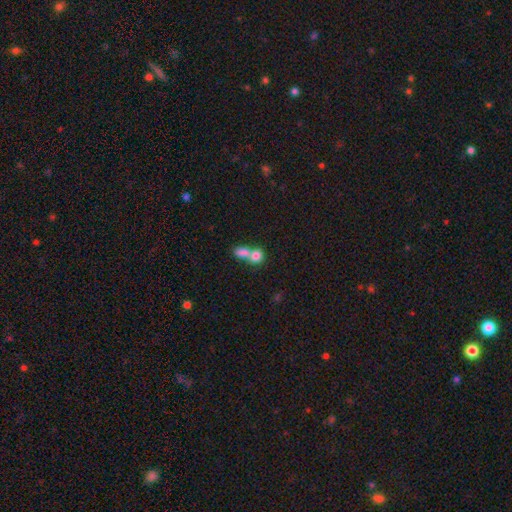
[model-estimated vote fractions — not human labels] This appears to be a smooth galaxy with no disk features (80%) that is round (50%). Merging: merger (68%).